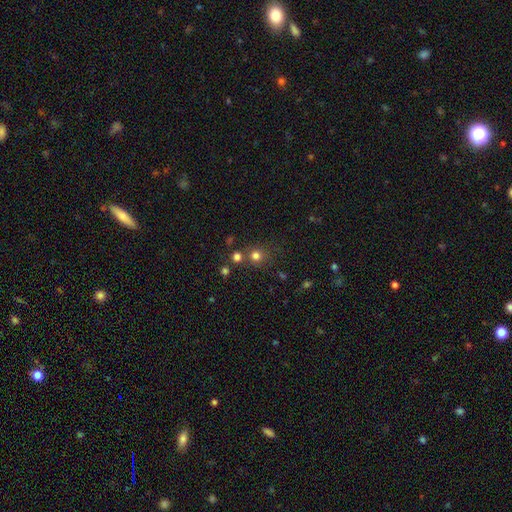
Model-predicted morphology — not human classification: smooth-or-featured: smooth: 74% | star or artifact: 19% | featured or disk: 7%
  how-rounded: round: 88% | in between: 11% | cigar-shaped: 1%
  merging: none: 69% | merger: 17% | minor disturbance: 9% | major disturbance: 4%